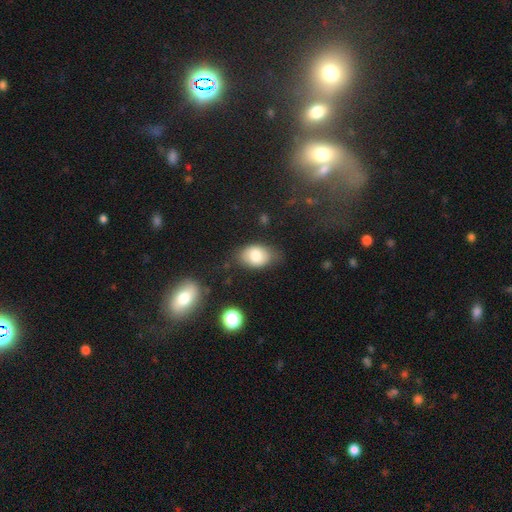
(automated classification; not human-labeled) Overall: smooth (79%). How rounded: in between (81%). Merging: none (69%).